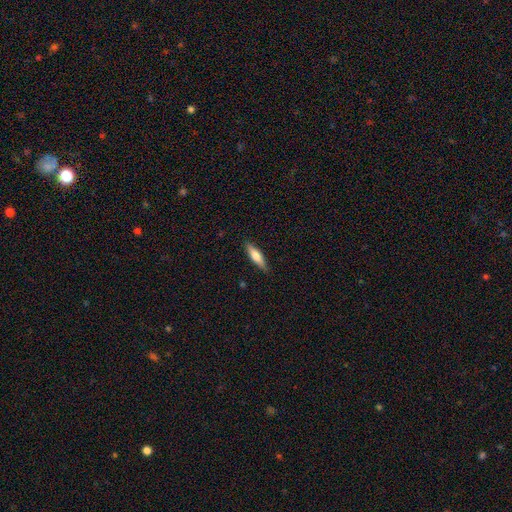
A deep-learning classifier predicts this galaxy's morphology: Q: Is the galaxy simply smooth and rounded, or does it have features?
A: smooth — 63%.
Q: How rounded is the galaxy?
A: cigar-shaped — 69%.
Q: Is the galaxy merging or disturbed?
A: none — 87%.